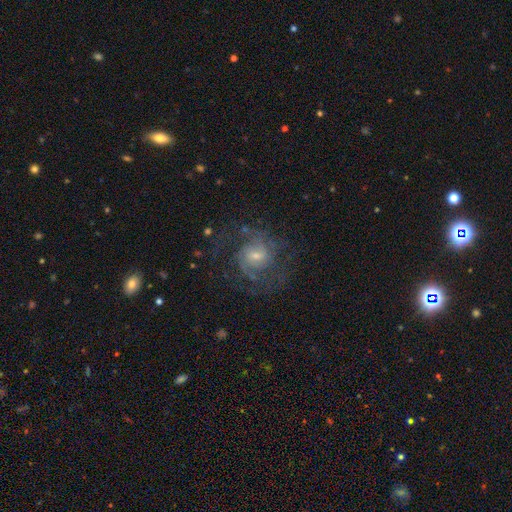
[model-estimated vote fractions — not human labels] Smooth or featured? featured or disk (79%)
Edge-on disk? no (98%)
Bar? weak (47%)
Spiral arms? yes (91%)
Spiral winding? medium (49%)
Spiral arm count? 2 (52%)
Bulge size? small (55%)
Merging? none (67%)